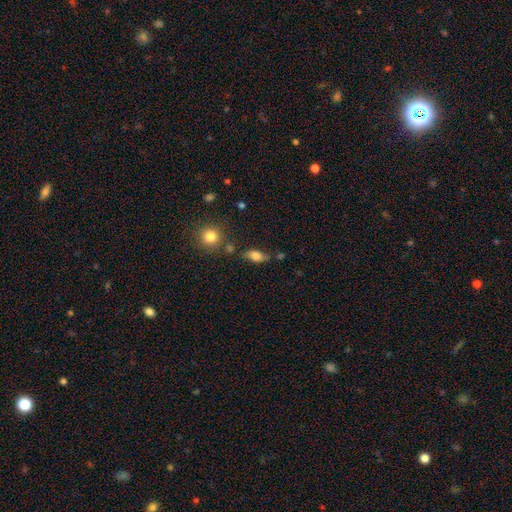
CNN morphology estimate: Smooth or featured: smooth — 78% (featured or disk — 13%)
How rounded: in between — 82% (cigar-shaped — 10%)
Merging: none — 68% (minor disturbance — 18%)